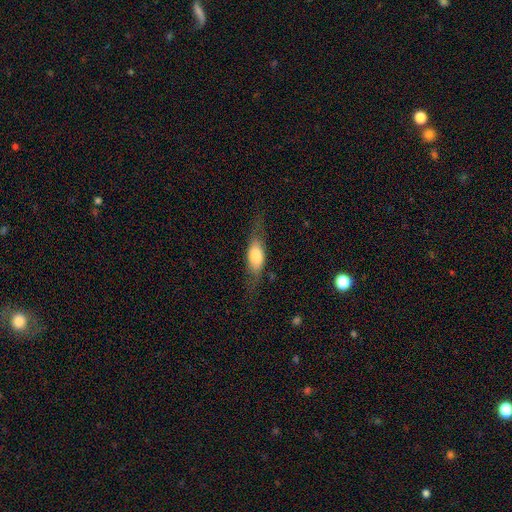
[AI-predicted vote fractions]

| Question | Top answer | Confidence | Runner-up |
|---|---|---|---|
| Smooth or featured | smooth | 60% | featured or disk (34%) |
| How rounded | in between | 64% | cigar-shaped (32%) |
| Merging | none | 68% | minor disturbance (21%) |